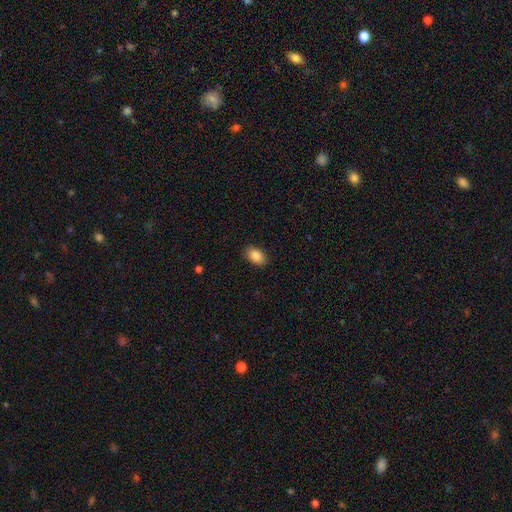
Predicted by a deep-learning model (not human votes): smooth 85%, star or artifact 8%, featured or disk 7%. Down the decision tree: how rounded — in between (88%); merging — none (89%).